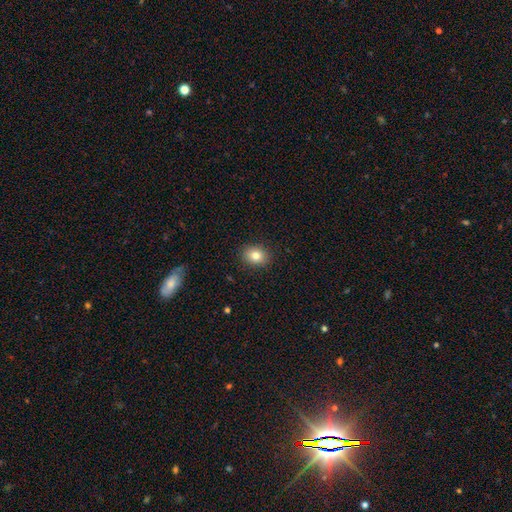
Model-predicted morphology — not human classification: Smooth or featured: smooth — 81% (star or artifact — 10%)
How rounded: round — 50% (in between — 49%)
Merging: none — 89% (minor disturbance — 8%)